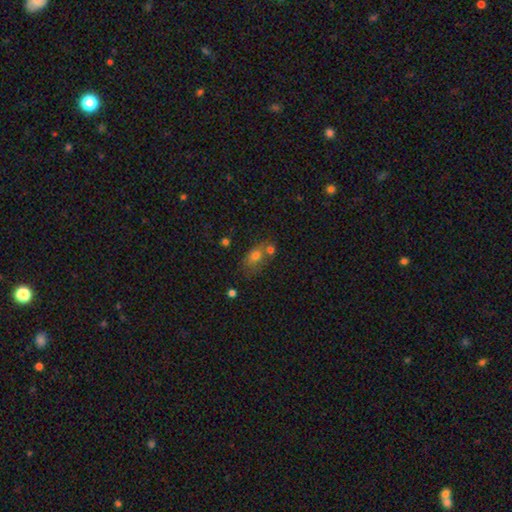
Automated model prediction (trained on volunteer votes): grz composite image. It shows a smooth galaxy with no disk features (72%) that is in between round and cigar-shaped (72%). Merging: none (45%).